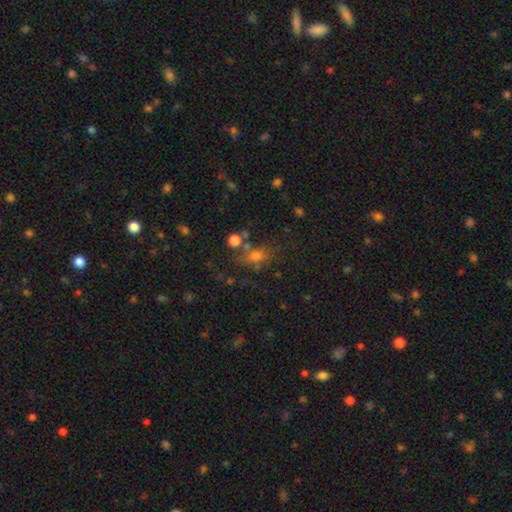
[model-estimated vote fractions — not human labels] Morphology: type=smooth (58%); roundness=in between (49%); merging=none (53%).